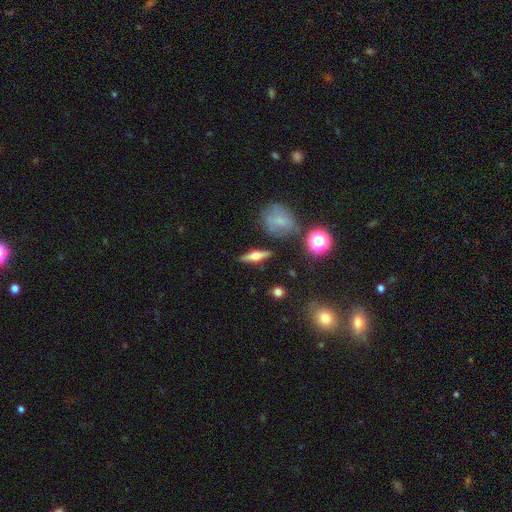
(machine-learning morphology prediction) smooth-or-featured: featured or disk: 61% | smooth: 30% | star or artifact: 9%
  disk-edge-on: yes: 93% | no: 7%
    edge-on-bulge: rounded: 92% | boxy: 5% | none: 2%
  merging: none: 86% | minor disturbance: 9% | merger: 3% | major disturbance: 3%